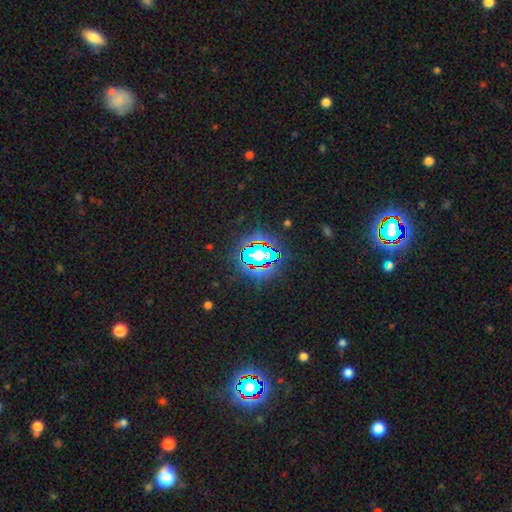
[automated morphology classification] This is clearly a star or artifact rather than a galaxy (81%).